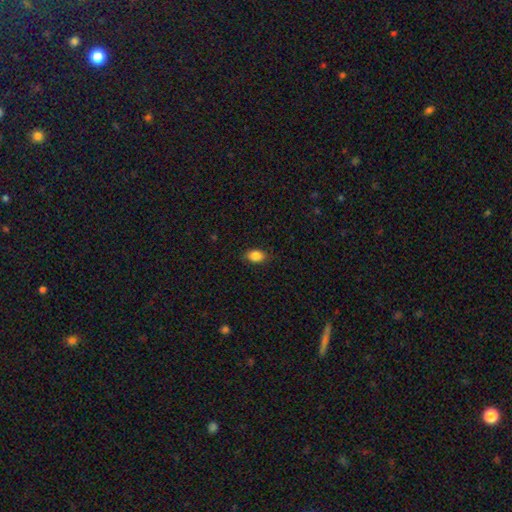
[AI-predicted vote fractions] This appears to be a smooth galaxy with no disk features (86%) that is in between round and cigar-shaped (82%). Merging: none (83%).